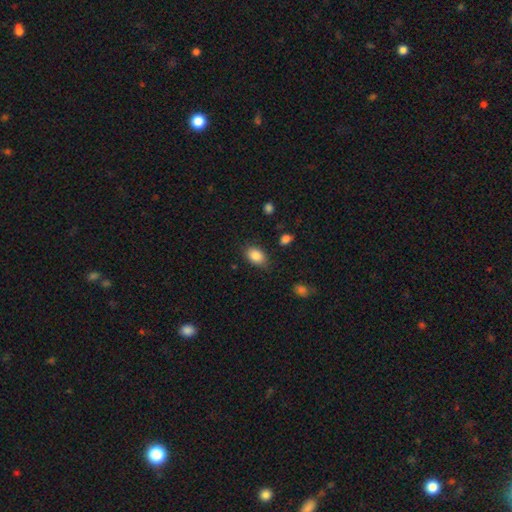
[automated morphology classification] type=smooth (86%); roundness=in between (84%); merging=none (79%).